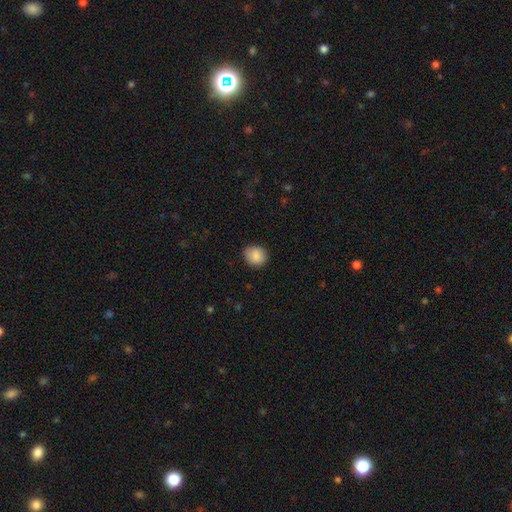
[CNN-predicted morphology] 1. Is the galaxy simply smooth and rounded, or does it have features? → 88% smooth, 8% star or artifact, 4% featured or disk.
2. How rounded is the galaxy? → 72% round, 27% in between, 1% cigar-shaped.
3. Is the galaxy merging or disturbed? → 85% none, 12% minor disturbance, 2% major disturbance, 1% merger.